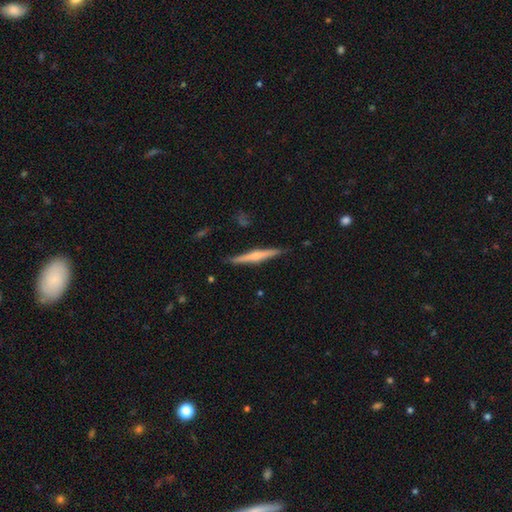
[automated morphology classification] smooth_or_featured: featured or disk (p=0.62) [alt: smooth p=0.33]
disk_edge_on: yes (p=0.98) [alt: no p=0.02]
edge_on_bulge: rounded (p=0.73) [alt: none p=0.17]
merging: none (p=0.88) [alt: minor disturbance p=0.09]